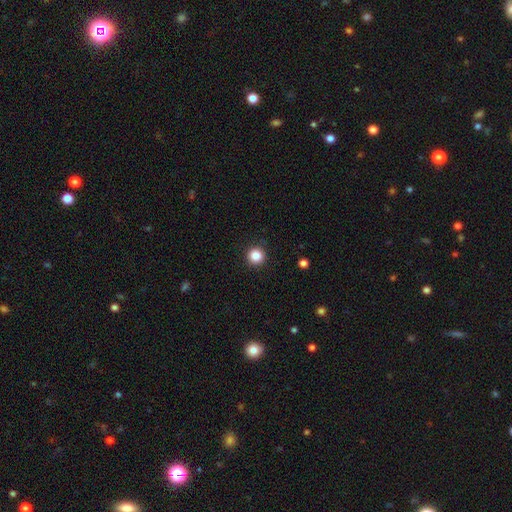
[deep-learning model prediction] Overall: smooth (86%). How rounded: round (95%). Merging: none (91%).